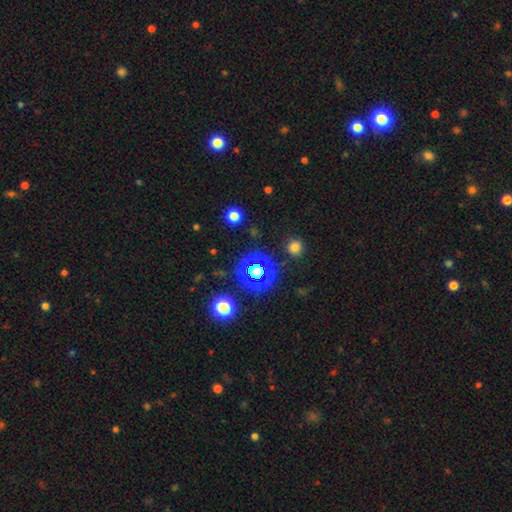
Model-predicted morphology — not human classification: Smooth or featured? star or artifact (52%)